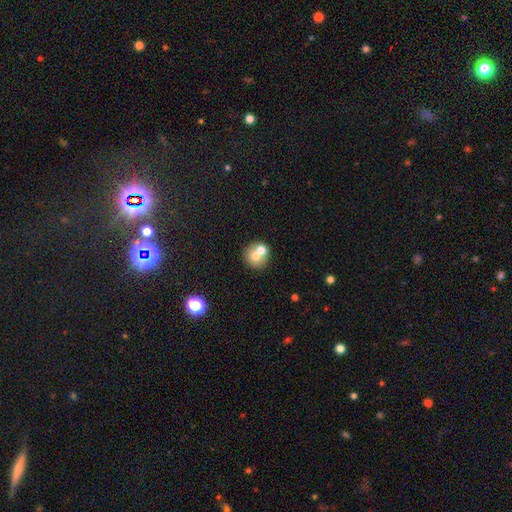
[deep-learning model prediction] Smooth or featured? Predicted: smooth (p=0.65). How rounded? Predicted: round (p=0.87). Merging? Predicted: none (p=0.47).